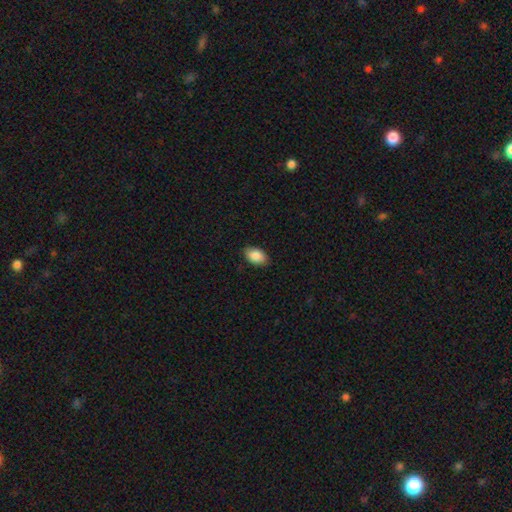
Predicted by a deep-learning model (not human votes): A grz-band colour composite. It shows a smooth galaxy with no disk features (87%) that is in between round and cigar-shaped (92%). Merging: none (87%).